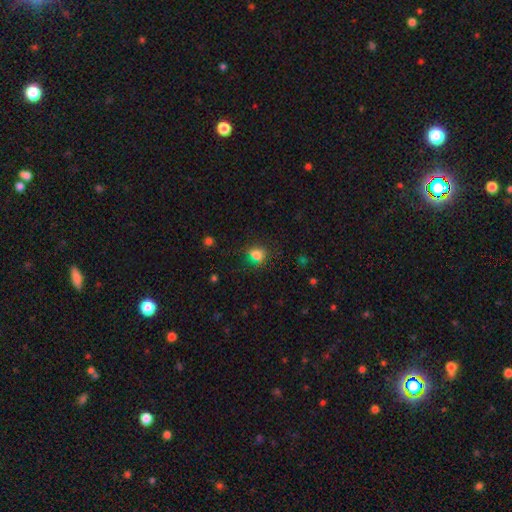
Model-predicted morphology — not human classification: Smooth or featured: smooth — 75% (star or artifact — 19%)
How rounded: round — 67% (in between — 32%)
Merging: none — 77% (minor disturbance — 14%)